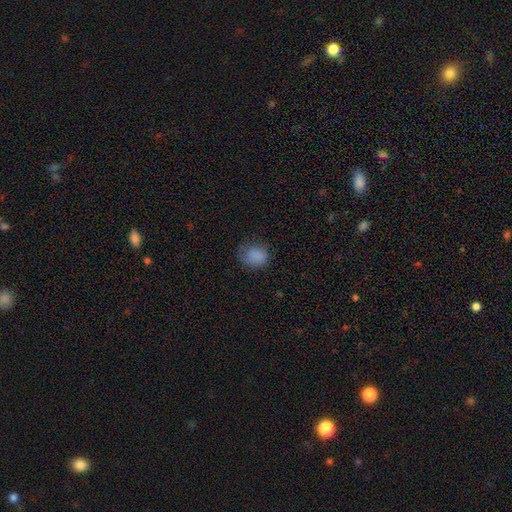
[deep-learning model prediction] A smooth galaxy with no disk features (82%) that is round (65%).

Vote fractions:
- Smooth or featured? smooth: 82% / star or artifact: 10% / featured or disk: 8%
- How rounded? round: 65% / in between: 34% / cigar-shaped: 1%
- Merging? none: 60% / minor disturbance: 26% / major disturbance: 13% / merger: 1%